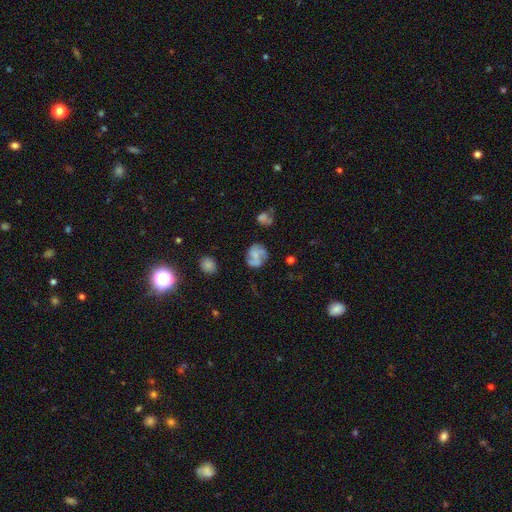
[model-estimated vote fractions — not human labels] This is possibly a featured or disk galaxy (52%). It is clearly not viewed edge-on (97%). Bar: likely no (62%). Spiral arm pattern: likely yes (77%). Central bulge: possibly none (46%). Merging: likely none (61%).